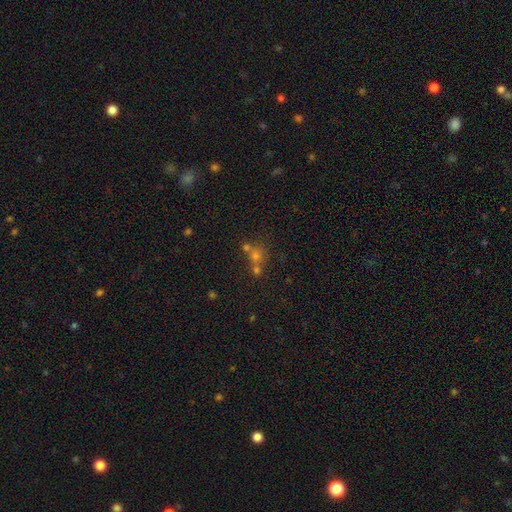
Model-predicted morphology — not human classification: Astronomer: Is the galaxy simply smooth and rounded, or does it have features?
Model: smooth — 52% (runner-up: star or artifact, 32%).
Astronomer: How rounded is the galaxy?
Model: round — 81%.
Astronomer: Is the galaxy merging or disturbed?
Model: none — 45% (runner-up: merger, 43%).